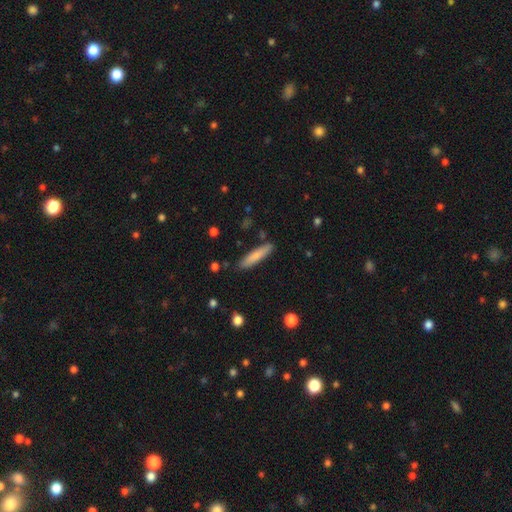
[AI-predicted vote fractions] Smooth or featured: smooth — 78% (featured or disk — 16%)
How rounded: cigar-shaped — 86% (in between — 12%)
Merging: none — 86% (minor disturbance — 10%)